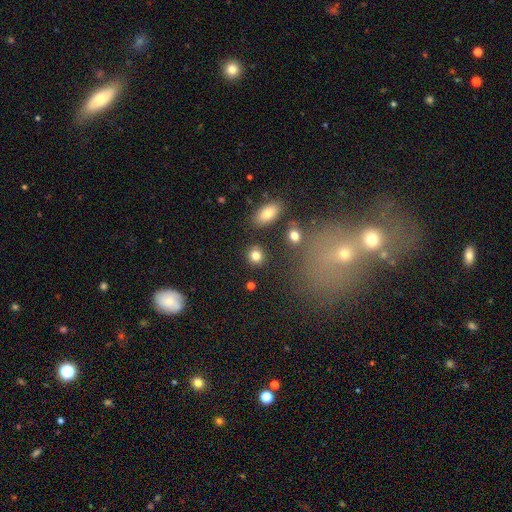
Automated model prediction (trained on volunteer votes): smooth 83%, star or artifact 11%, featured or disk 6%. Down the decision tree: how rounded — round (83%); merging — none (87%).